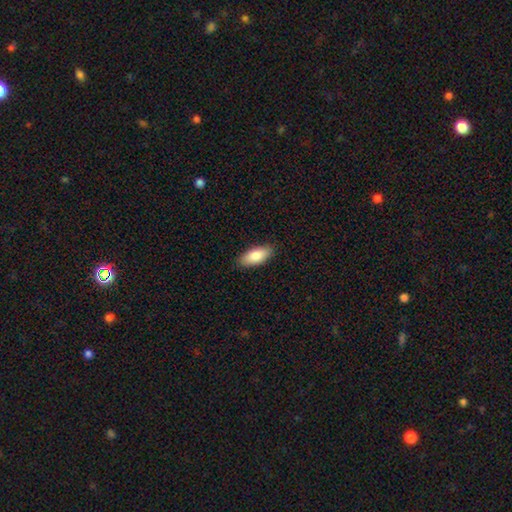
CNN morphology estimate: smooth 87%, featured or disk 7%, star or artifact 6%. Down the decision tree: how rounded — in between (87%); merging — none (88%).